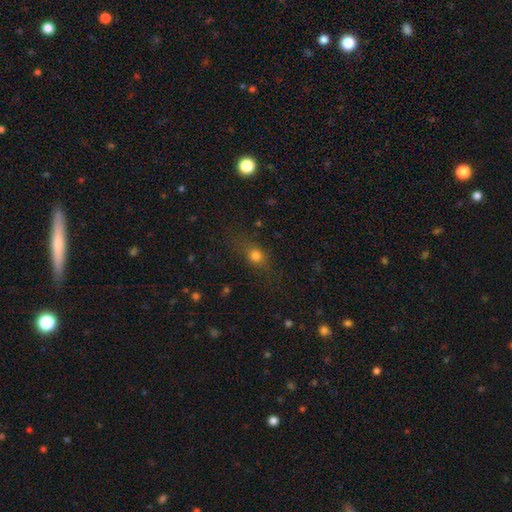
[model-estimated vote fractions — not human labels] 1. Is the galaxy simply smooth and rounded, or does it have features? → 69% smooth, 17% star or artifact, 14% featured or disk.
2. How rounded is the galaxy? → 51% round, 39% in between, 10% cigar-shaped.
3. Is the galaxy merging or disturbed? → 72% none, 17% minor disturbance, 9% major disturbance, 2% merger.